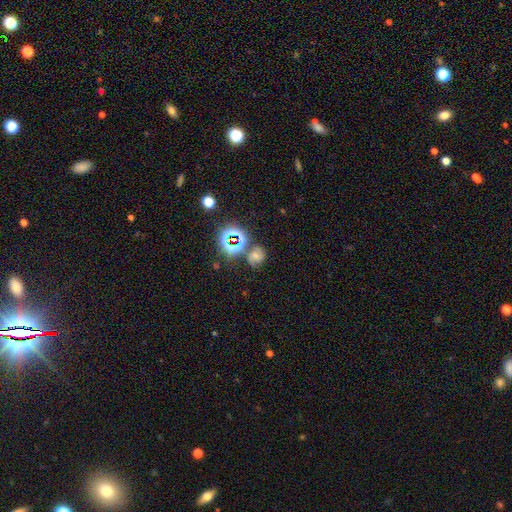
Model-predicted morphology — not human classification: This is marginally a smooth galaxy (40%). Merging: possibly none (57%).